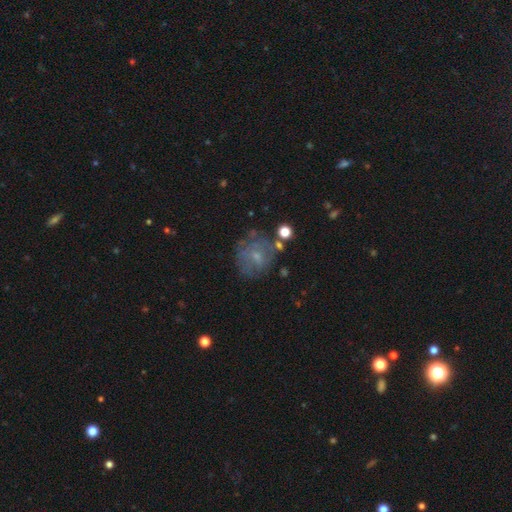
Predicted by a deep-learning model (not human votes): A smooth galaxy with no disk features (44%).

Vote fractions:
- Smooth or featured? smooth: 44% / featured or disk: 43% / star or artifact: 13%
- Merging? none: 58% / minor disturbance: 21% / major disturbance: 15% / merger: 6%